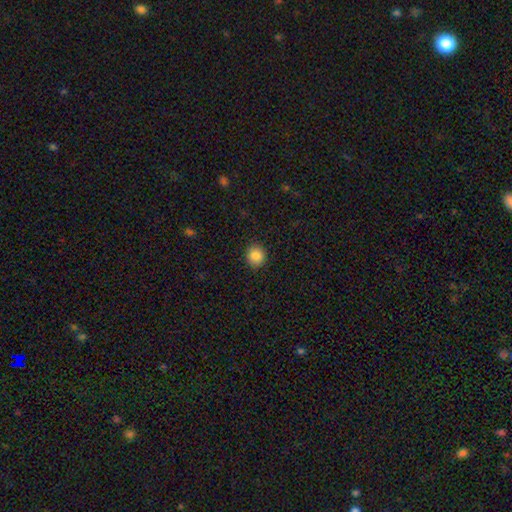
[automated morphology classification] Smooth or featured?
  - smooth: 86% *
  - star or artifact: 9%
  - featured or disk: 5%
How rounded?
  - round: 87% *
  - in between: 12%
  - cigar-shaped: 1%
Merging?
  - none: 91% *
  - minor disturbance: 7%
  - major disturbance: 2%
  - merger: 1%